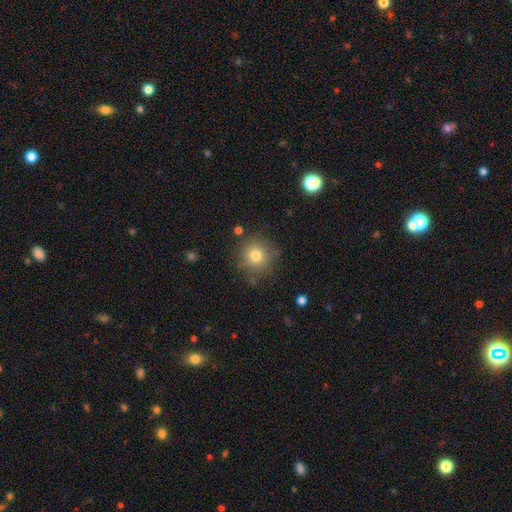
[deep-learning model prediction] Smooth or featured: smooth — 79% (star or artifact — 12%)
How rounded: round — 93% (in between — 6%)
Merging: none — 82% (minor disturbance — 12%)